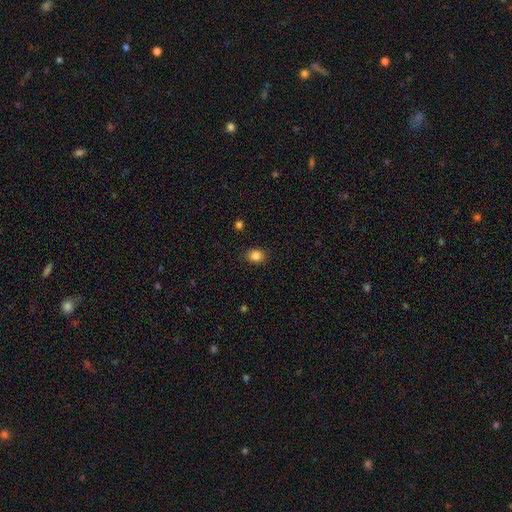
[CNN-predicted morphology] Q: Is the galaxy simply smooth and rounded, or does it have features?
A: smooth — 85%.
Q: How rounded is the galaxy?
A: round — 61%.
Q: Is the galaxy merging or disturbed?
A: none — 88%.